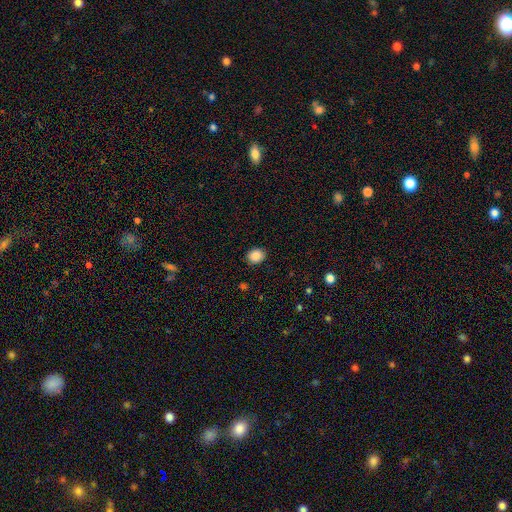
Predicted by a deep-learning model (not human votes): The model was most divided on "how rounded": round: 58%, in between: 41%, cigar-shaped: 1%. More confident: smooth or featured — smooth (88%); merging — none (88%).